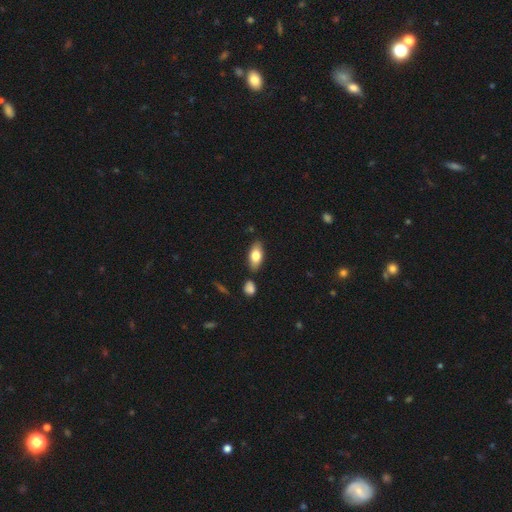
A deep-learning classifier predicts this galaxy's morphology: Smooth or featured?
  - smooth: 74% *
  - featured or disk: 20%
  - star or artifact: 6%
How rounded?
  - in between: 87% *
  - cigar-shaped: 9%
  - round: 4%
Merging?
  - none: 81% *
  - minor disturbance: 12%
  - merger: 5%
  - major disturbance: 3%